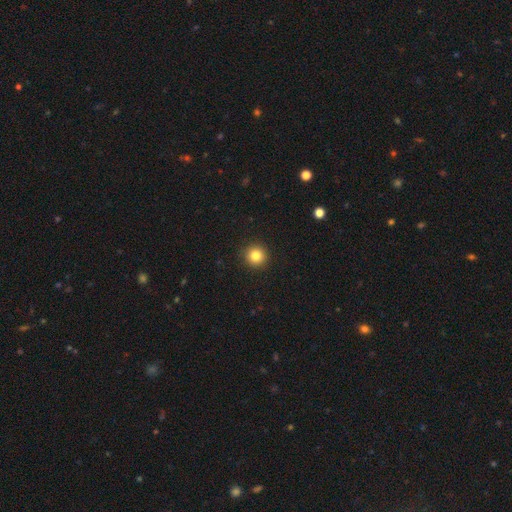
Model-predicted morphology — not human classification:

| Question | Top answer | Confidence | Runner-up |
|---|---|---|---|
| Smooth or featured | smooth | 83% | star or artifact (11%) |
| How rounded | round | 94% | in between (5%) |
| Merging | none | 93% | minor disturbance (5%) |